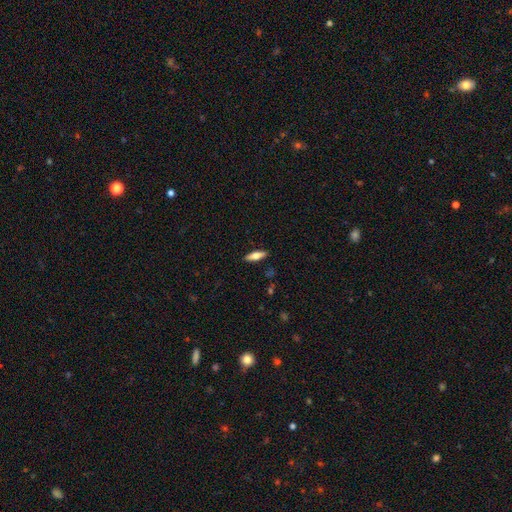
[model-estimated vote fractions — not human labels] smooth 66%, featured or disk 27%, star or artifact 7%. Down the decision tree: how rounded — in between (50%); merging — none (89%).